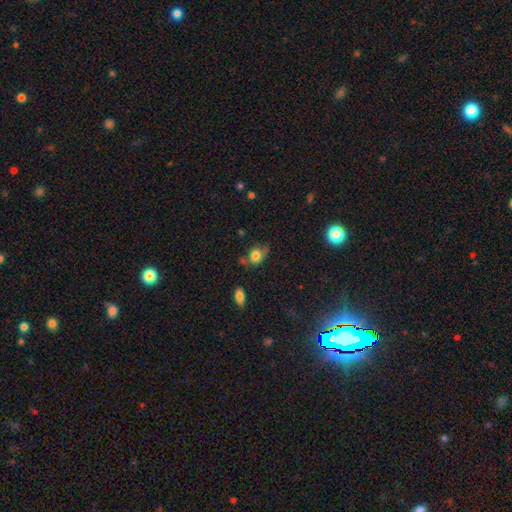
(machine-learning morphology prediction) Smooth or featured?
  - smooth: 78% *
  - featured or disk: 12%
  - star or artifact: 11%
How rounded?
  - round: 53% *
  - in between: 45%
  - cigar-shaped: 2%
Merging?
  - none: 50% *
  - minor disturbance: 31%
  - major disturbance: 11%
  - merger: 8%